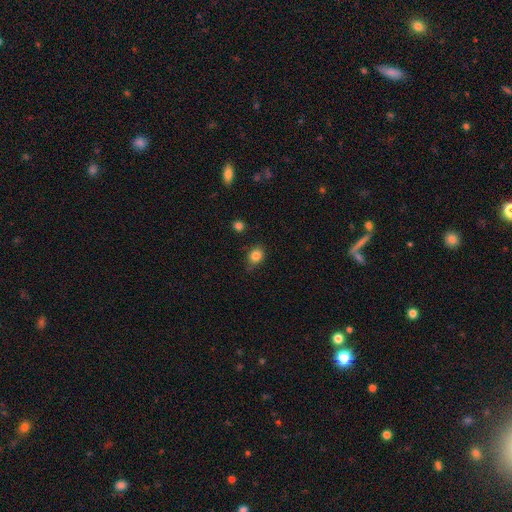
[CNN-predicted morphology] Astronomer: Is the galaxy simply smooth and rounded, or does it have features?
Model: smooth — 84%.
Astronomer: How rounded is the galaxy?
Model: round — 56% (runner-up: in between, 43%).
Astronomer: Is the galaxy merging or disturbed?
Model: none — 71%.